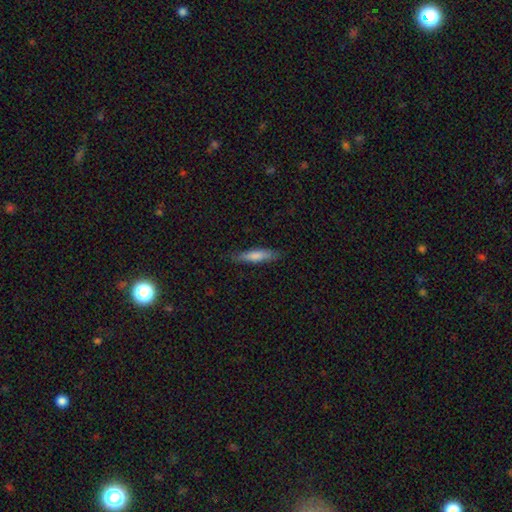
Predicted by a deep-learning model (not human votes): smooth_or_featured: smooth (p=0.68) [alt: featured or disk p=0.26]
how_rounded: cigar-shaped (p=0.84) [alt: in between p=0.14]
merging: none (p=0.84) [alt: minor disturbance p=0.12]